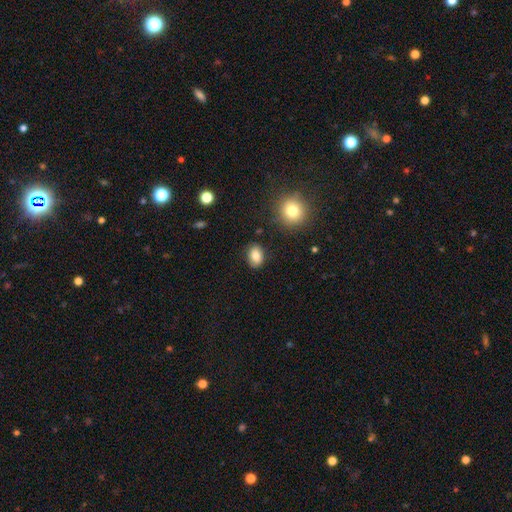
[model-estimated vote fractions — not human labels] This appears to be a smooth galaxy with no disk features (84%) that is in between round and cigar-shaped (75%). Merging: none (85%).